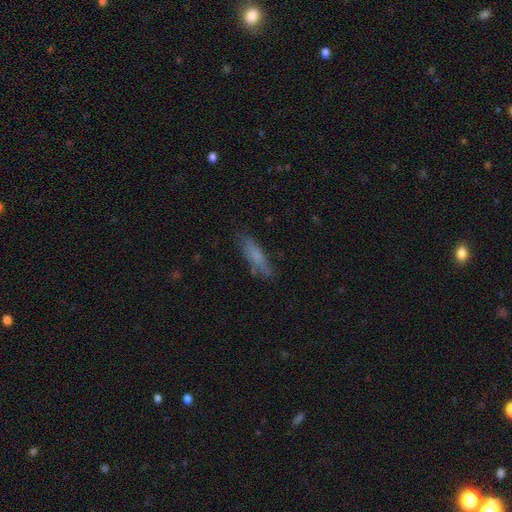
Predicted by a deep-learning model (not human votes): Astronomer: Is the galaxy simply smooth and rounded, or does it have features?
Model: smooth — 69%.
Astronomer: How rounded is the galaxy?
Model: cigar-shaped — 71%.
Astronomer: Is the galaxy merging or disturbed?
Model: none — 74%.